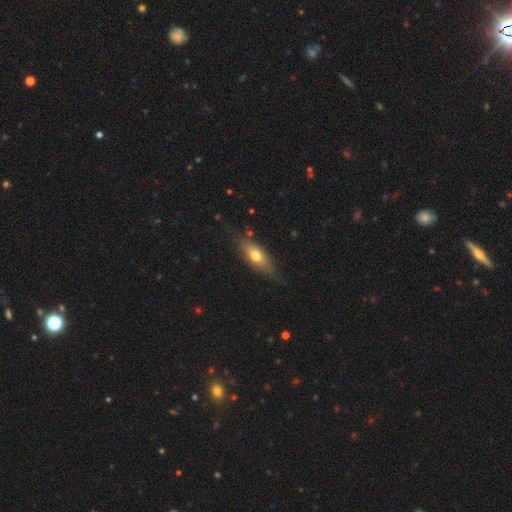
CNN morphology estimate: Overall: smooth (63%; featured or disk 30%). How rounded: in between (69%). Merging: none (72%).